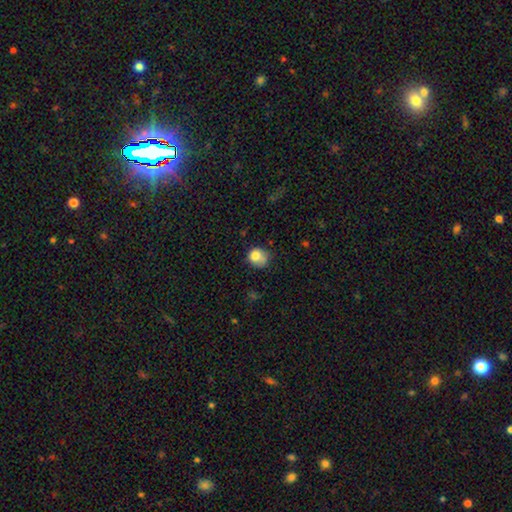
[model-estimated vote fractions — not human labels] smooth_or_featured: smooth (p=0.79) [alt: featured or disk p=0.11]
how_rounded: round (p=0.75) [alt: in between p=0.24]
merging: none (p=0.49) [alt: minor disturbance p=0.34]